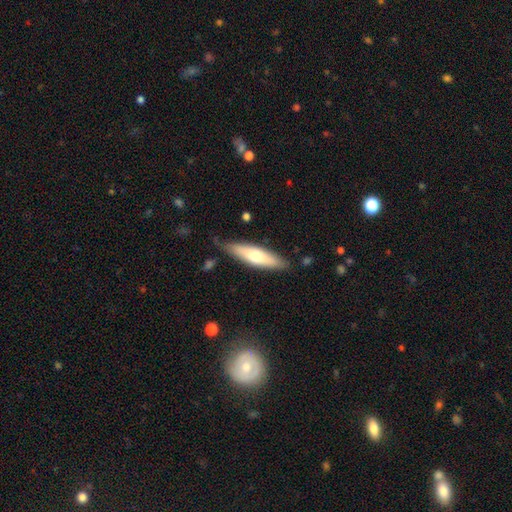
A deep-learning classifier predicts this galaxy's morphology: smooth_or_featured: smooth (p=0.61) [alt: featured or disk p=0.33]
how_rounded: cigar-shaped (p=0.63) [alt: in between p=0.35]
merging: none (p=0.78) [alt: minor disturbance p=0.17]